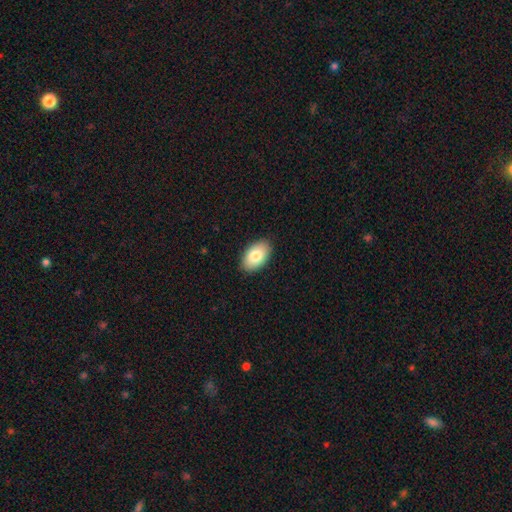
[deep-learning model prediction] A smooth galaxy with no disk features (83%) that is in between round and cigar-shaped (94%). Merging: none (89%).